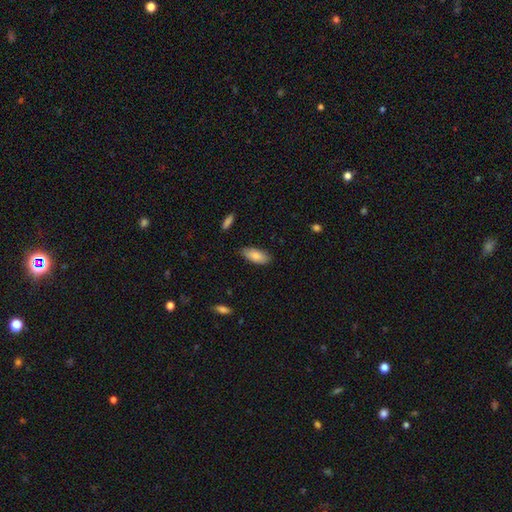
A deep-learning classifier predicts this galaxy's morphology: smooth 83%, featured or disk 11%, star or artifact 6%. Down the decision tree: how rounded — in between (86%); merging — none (84%).